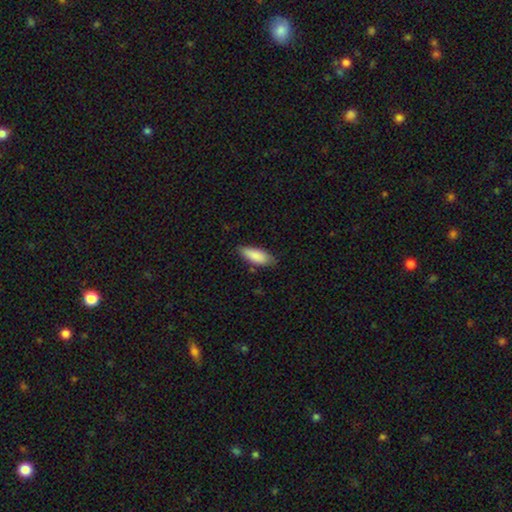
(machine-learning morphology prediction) smooth 87%, featured or disk 7%, star or artifact 6%. Down the decision tree: how rounded — in between (72%); merging — none (78%).